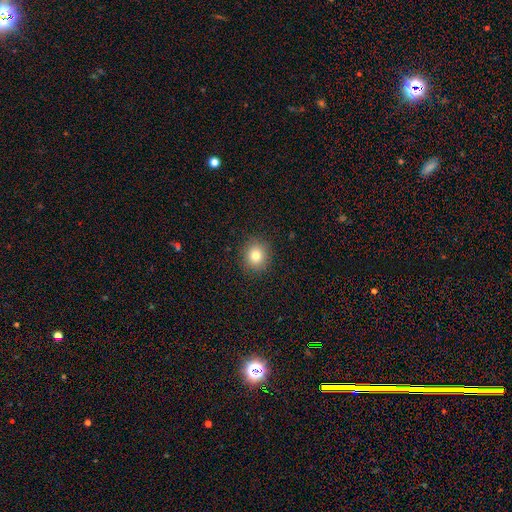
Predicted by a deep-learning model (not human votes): Smooth or featured: smooth — 79% (star or artifact — 12%)
How rounded: round — 84% (in between — 15%)
Merging: none — 89% (minor disturbance — 7%)